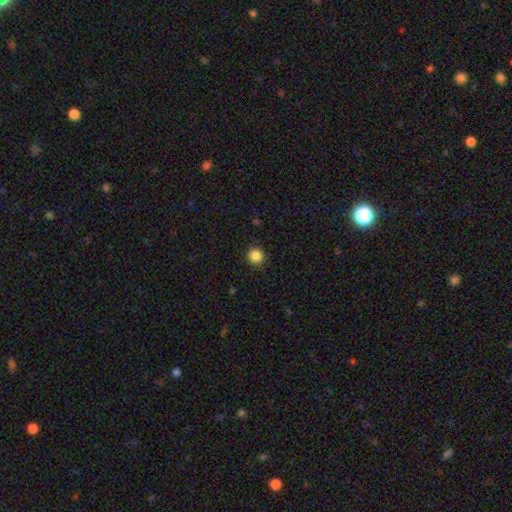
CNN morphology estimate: This appears to be a smooth galaxy with no disk features (86%) that is round (94%). Merging: none (92%).